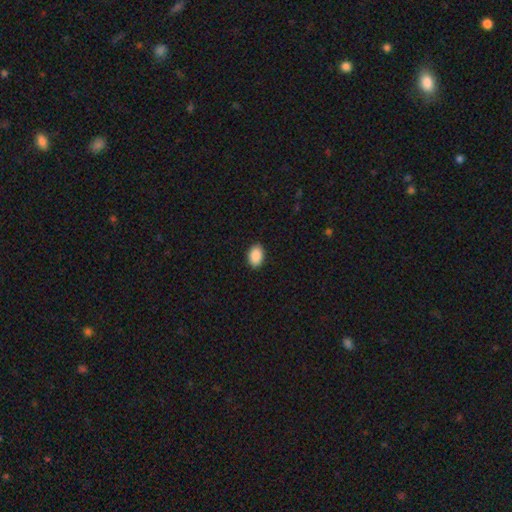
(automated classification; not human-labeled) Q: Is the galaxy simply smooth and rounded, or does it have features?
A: smooth — 91%.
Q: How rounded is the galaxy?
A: in between — 85%.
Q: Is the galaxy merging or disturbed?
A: none — 90%.